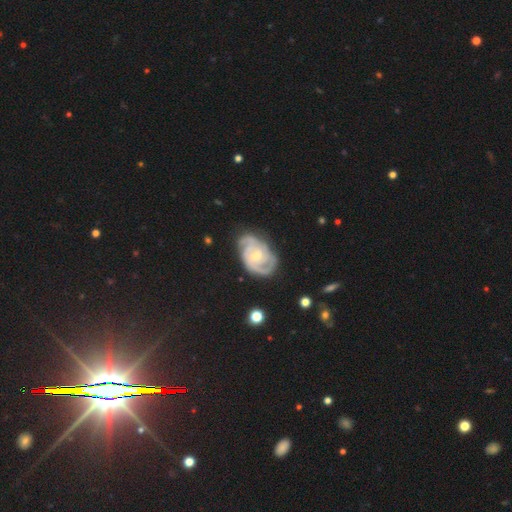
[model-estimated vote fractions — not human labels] Q: Smooth or featured?
A: featured or disk (89%); runner-up: smooth (7%)
Q: Edge-on disk?
A: no (98%); runner-up: yes (2%)
Q: Bar?
A: no (56%); runner-up: weak (37%)
Q: Spiral arms?
A: yes (98%); runner-up: no (2%)
Q: Spiral winding?
A: tight (59%); runner-up: medium (35%)
Q: Spiral arm count?
A: 2 (42%); runner-up: 3 (31%)
Q: Bulge size?
A: small (58%); runner-up: moderate (37%)
Q: Merging?
A: none (72%); runner-up: minor disturbance (20%)